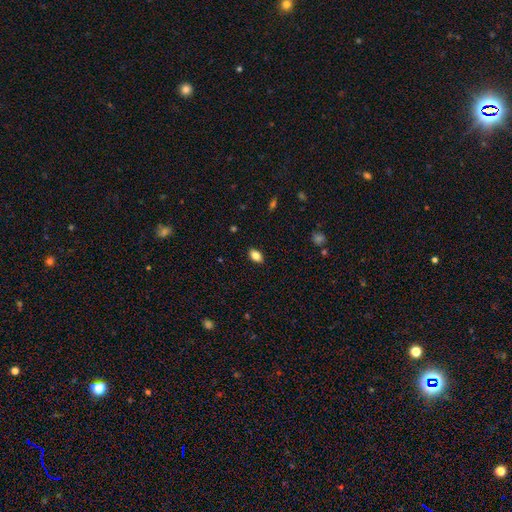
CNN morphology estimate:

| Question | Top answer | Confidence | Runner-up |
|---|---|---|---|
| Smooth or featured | smooth | 83% | star or artifact (9%) |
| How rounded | in between | 89% | round (8%) |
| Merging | none | 88% | minor disturbance (9%) |